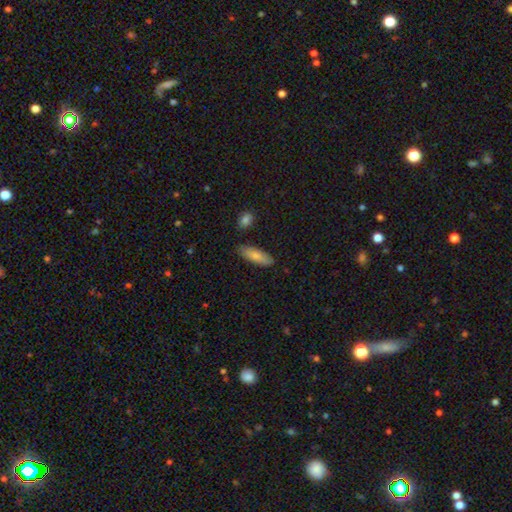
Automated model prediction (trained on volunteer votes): This appears to be a smooth galaxy with no disk features (79%) that is in between round and cigar-shaped (57%). Merging: none (84%).